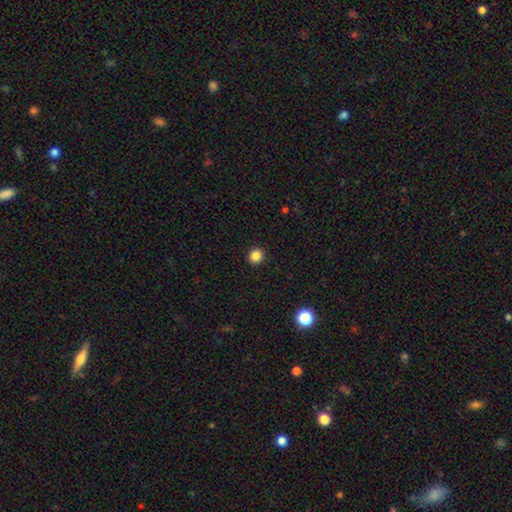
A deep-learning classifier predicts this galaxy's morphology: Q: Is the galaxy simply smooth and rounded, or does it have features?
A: smooth — 85%.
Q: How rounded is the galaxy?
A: round — 88%.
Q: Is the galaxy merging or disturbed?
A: none — 93%.